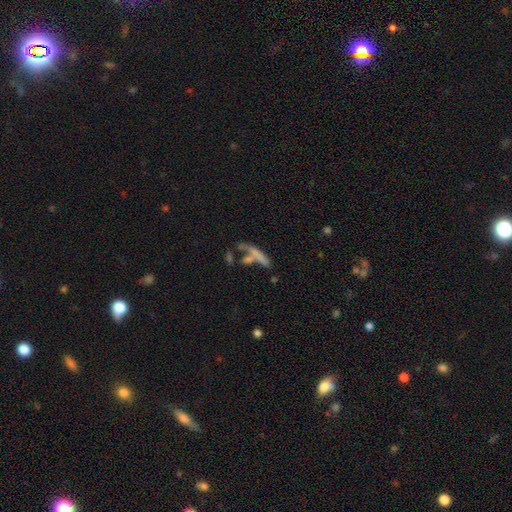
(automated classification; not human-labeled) A smooth galaxy with no disk features (59%) that is cigar-shaped (77%). Merging: merger (39%).